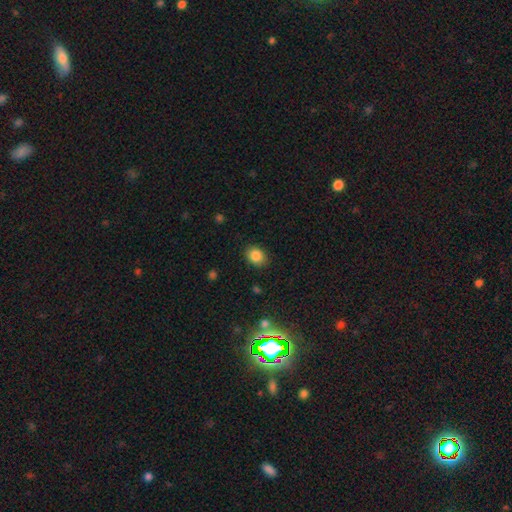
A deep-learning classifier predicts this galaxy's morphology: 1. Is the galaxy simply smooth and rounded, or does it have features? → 85% smooth, 10% star or artifact, 5% featured or disk.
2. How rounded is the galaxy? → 51% in between, 48% round, 1% cigar-shaped.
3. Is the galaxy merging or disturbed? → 87% none, 10% minor disturbance, 3% major disturbance, 1% merger.